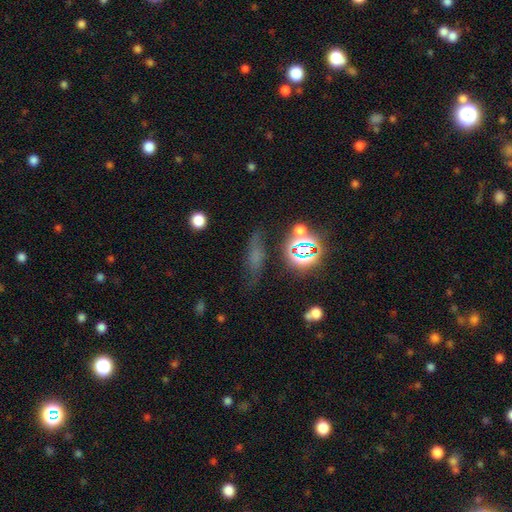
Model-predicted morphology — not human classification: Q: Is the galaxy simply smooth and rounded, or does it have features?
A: smooth — 43%.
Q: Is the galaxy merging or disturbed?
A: none — 64%.